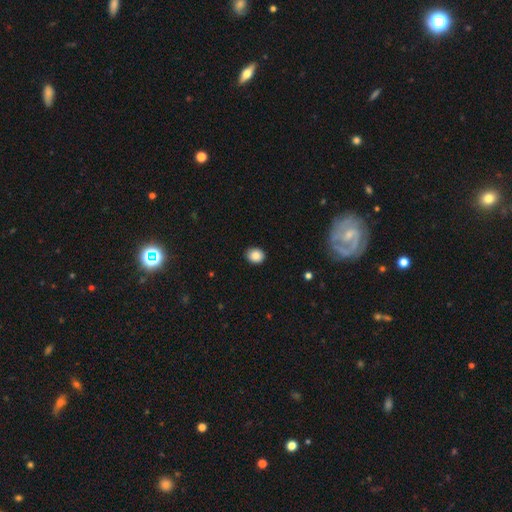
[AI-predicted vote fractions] Smooth or featured? Predicted: smooth (p=0.87). How rounded? Predicted: round (p=0.57). Merging? Predicted: none (p=0.89).